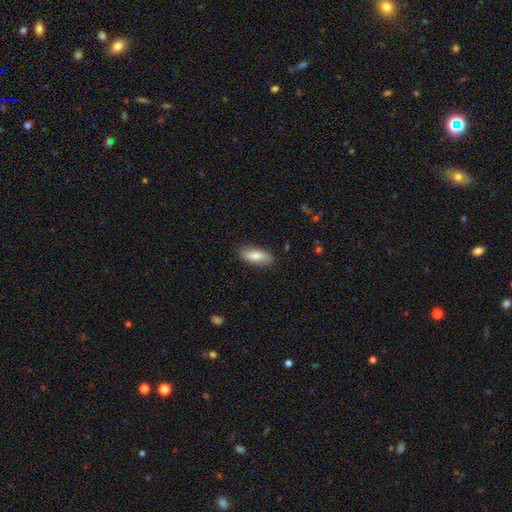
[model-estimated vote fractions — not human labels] Q: Smooth or featured?
A: smooth (74%); runner-up: featured or disk (20%)
Q: How rounded?
A: in between (77%); runner-up: cigar-shaped (20%)
Q: Merging?
A: none (83%); runner-up: minor disturbance (13%)